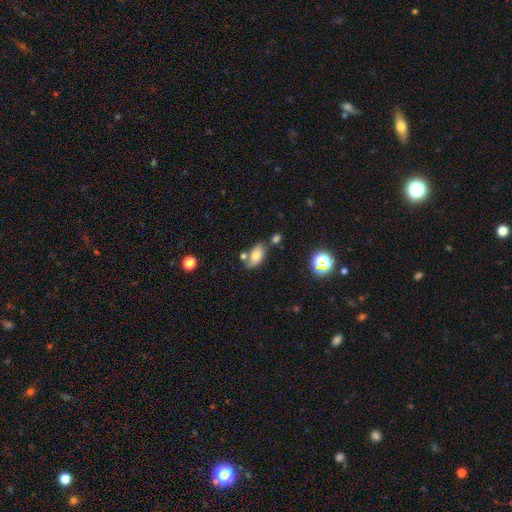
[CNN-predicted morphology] smooth 70%, featured or disk 19%, star or artifact 11%. Down the decision tree: how rounded — in between (91%); merging — none (57%).